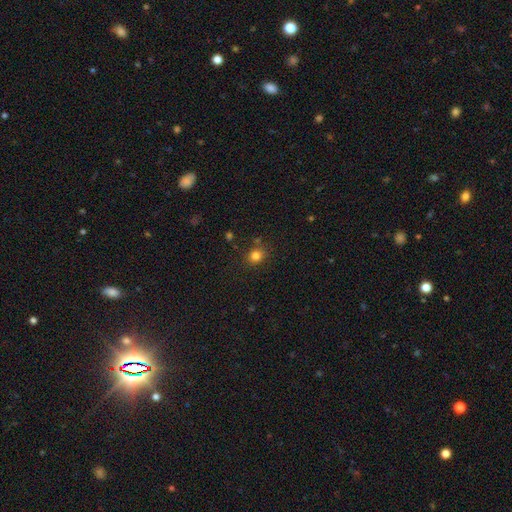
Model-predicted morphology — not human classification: smooth 80%, star or artifact 14%, featured or disk 6%. Down the decision tree: how rounded — round (72%); merging — none (81%).